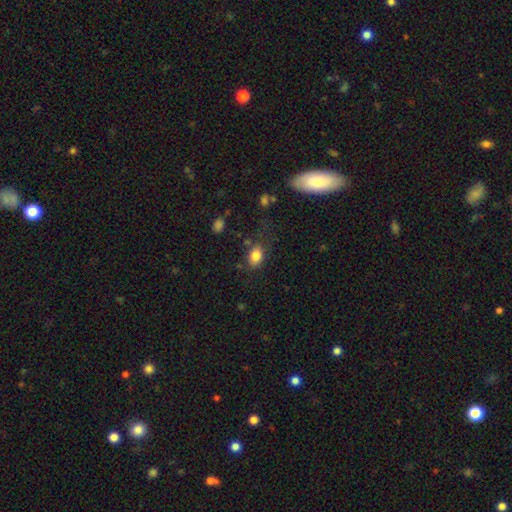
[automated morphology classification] smooth_or_featured: smooth (p=0.83) [alt: star or artifact p=0.10]
how_rounded: in between (p=0.75) [alt: round p=0.24]
merging: none (p=0.72) [alt: minor disturbance p=0.18]